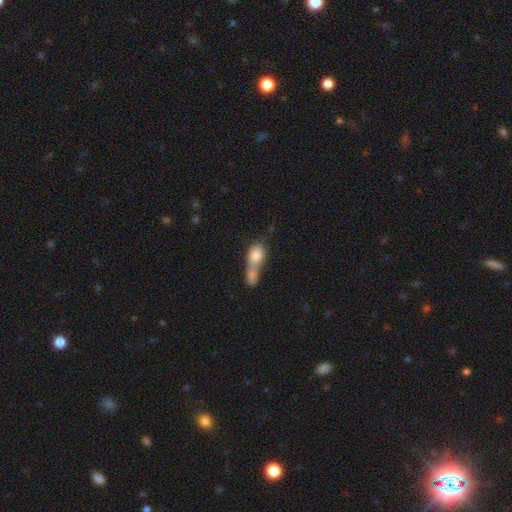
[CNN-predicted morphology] The model was most divided on "how rounded": in between: 65%, round: 24%, cigar-shaped: 12%. More confident: smooth or featured — smooth (76%); merging — merger (73%).